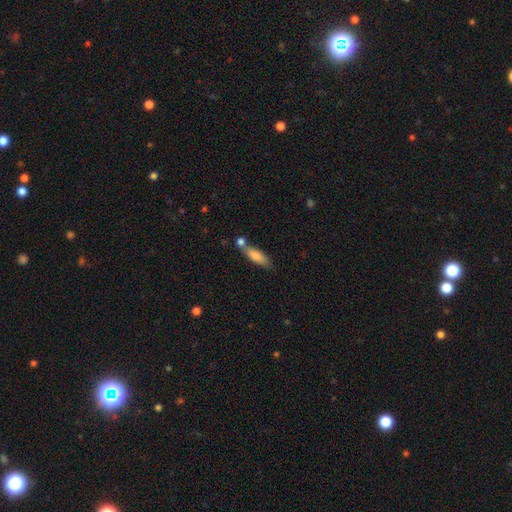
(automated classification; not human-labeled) Smooth or featured: smooth — 79% (featured or disk — 14%)
How rounded: cigar-shaped — 51% (in between — 46%)
Merging: none — 51% (merger — 29%)